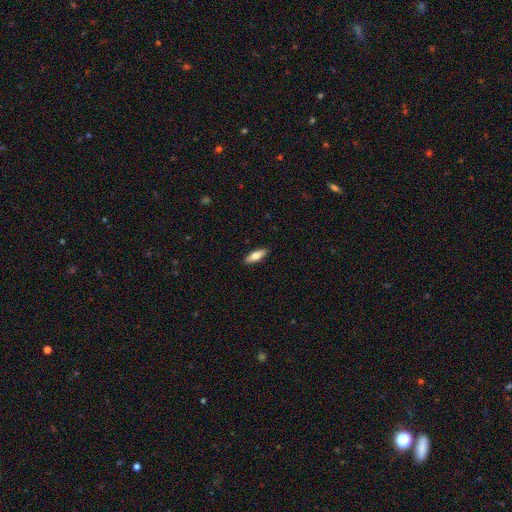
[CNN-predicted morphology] smooth 73%, featured or disk 21%, star or artifact 6%. Down the decision tree: how rounded — in between (56%); merging — none (90%).